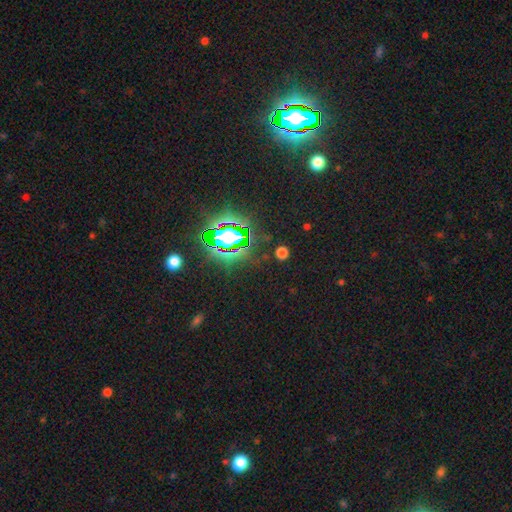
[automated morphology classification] This appears to be a star or artifact, not a galaxy (82%).